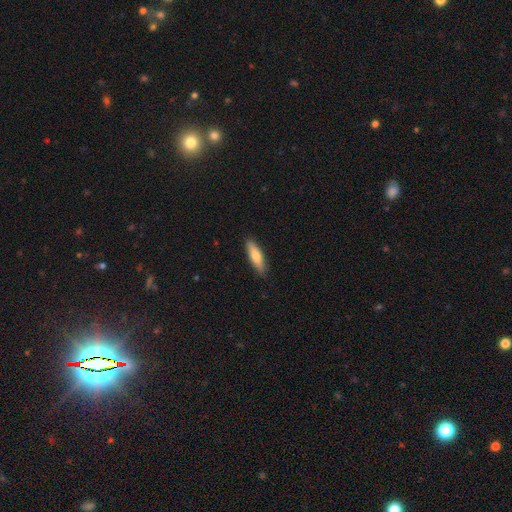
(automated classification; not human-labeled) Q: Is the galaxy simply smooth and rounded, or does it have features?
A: smooth — 71%.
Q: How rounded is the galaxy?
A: cigar-shaped — 63%.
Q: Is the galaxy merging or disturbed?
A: none — 88%.